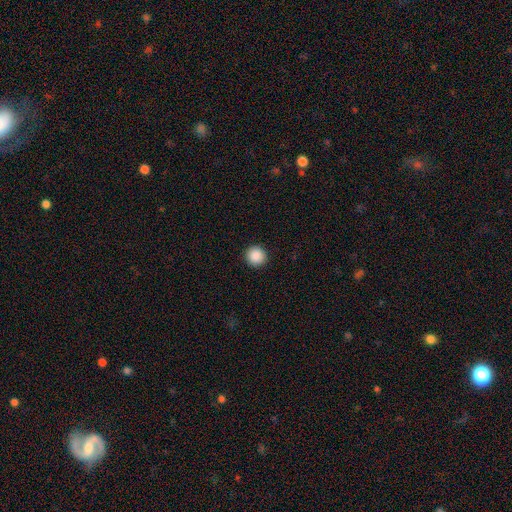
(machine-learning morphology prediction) Smooth or featured? Predicted: smooth (p=0.89). How rounded? Predicted: round (p=0.95). Merging? Predicted: none (p=0.93).